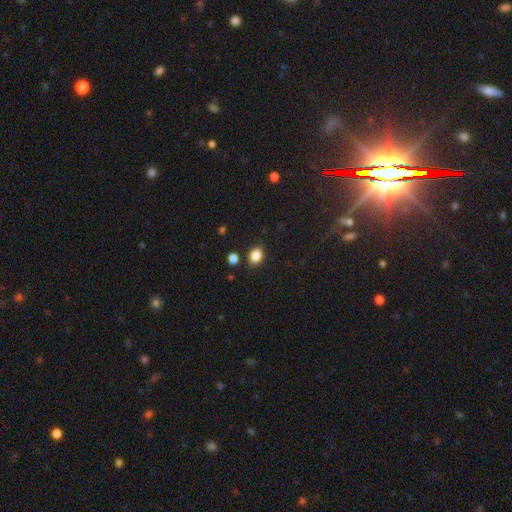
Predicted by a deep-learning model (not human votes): Smooth or featured? smooth (84%)
How rounded? in between (62%)
Merging? none (82%)